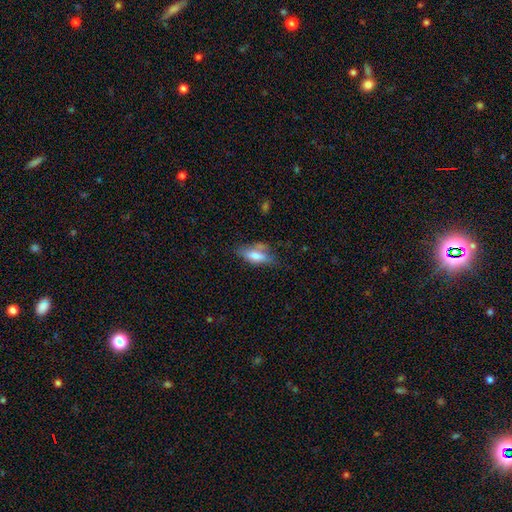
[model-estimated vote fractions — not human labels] Smooth or featured?
  - smooth: 71% *
  - featured or disk: 21%
  - star or artifact: 8%
How rounded?
  - in between: 68% *
  - cigar-shaped: 29%
  - round: 3%
Merging?
  - none: 51% *
  - minor disturbance: 27%
  - major disturbance: 11%
  - merger: 11%